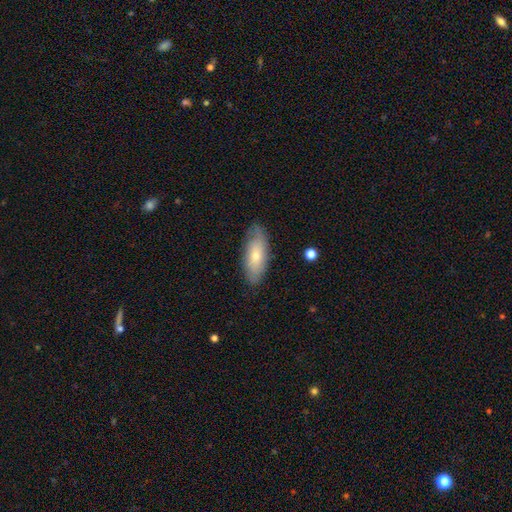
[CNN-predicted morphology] This is possibly a smooth galaxy (55%). How rounded: likely in between (79%). Merging: clearly none (80%).